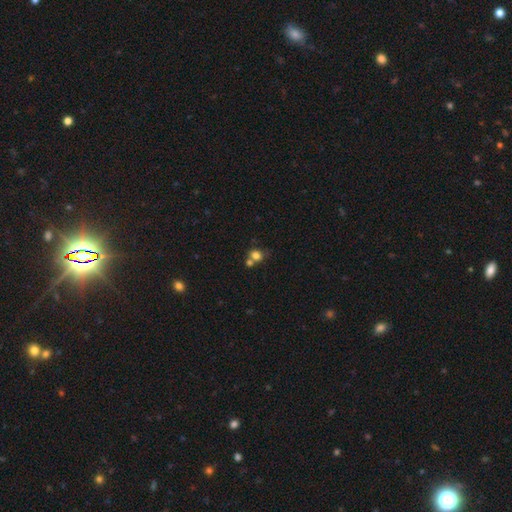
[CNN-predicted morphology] smooth_or_featured: smooth (p=0.77) [alt: star or artifact p=0.13]
how_rounded: round (p=0.63) [alt: in between p=0.36]
merging: none (p=0.43) [alt: merger p=0.41]